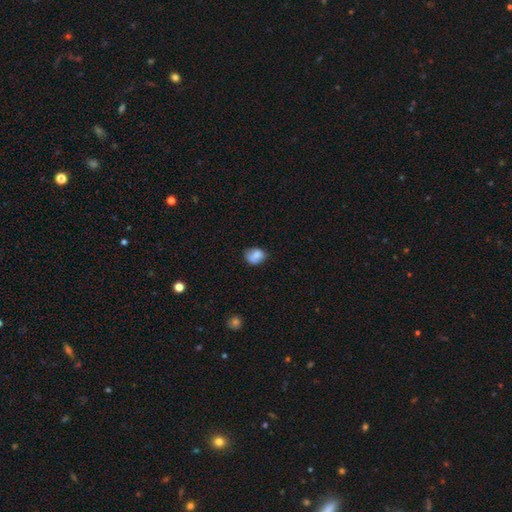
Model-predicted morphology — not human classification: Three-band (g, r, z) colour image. It shows a smooth galaxy with no disk features (78%) that is in between round and cigar-shaped (55%). Merging: none (56%).